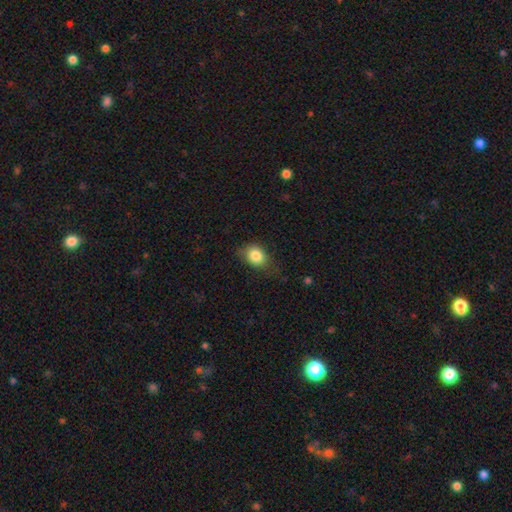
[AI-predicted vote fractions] smooth-or-featured: smooth: 84% | star or artifact: 9% | featured or disk: 8%
  how-rounded: in between: 55% | round: 44% | cigar-shaped: 1%
  merging: none: 68% | minor disturbance: 24% | major disturbance: 7% | merger: 1%